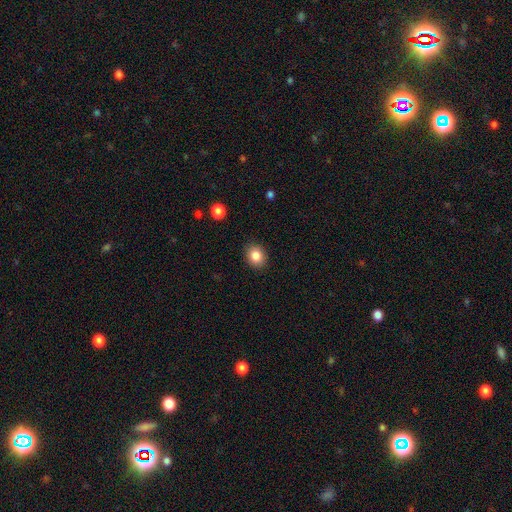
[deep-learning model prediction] Morphology: type=smooth (85%); roundness=round (57%); merging=none (89%).